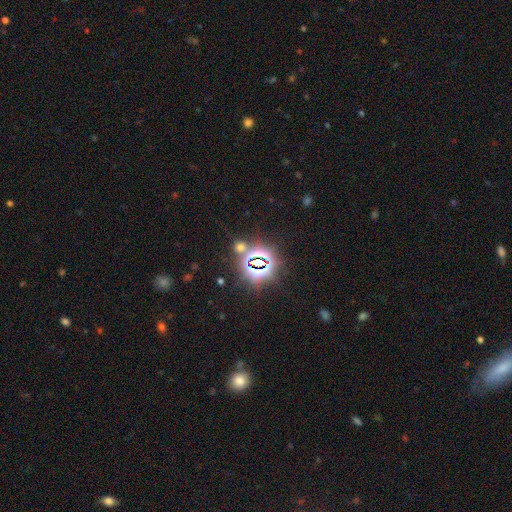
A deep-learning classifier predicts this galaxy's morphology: smooth-or-featured: star or artifact: 80% | smooth: 12% | featured or disk: 8%